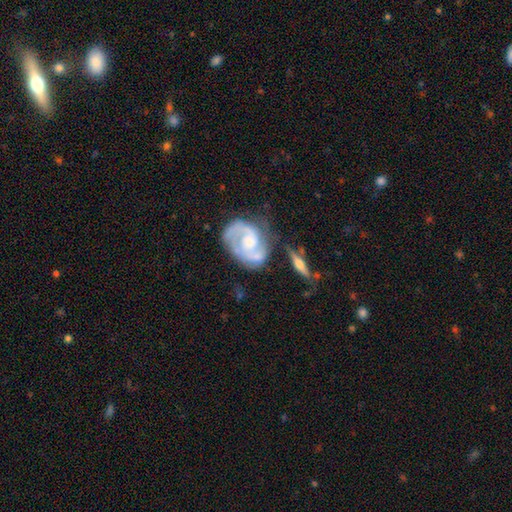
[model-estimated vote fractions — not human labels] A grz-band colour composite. It shows a featured or disk galaxy (81%) with no bar (65%), 2 (65%) medium (44%) spiral arms (92%) and a small central bulge (44%). Merging: none (46%).